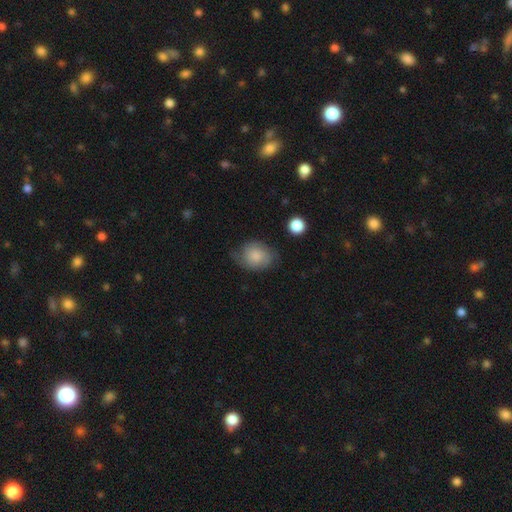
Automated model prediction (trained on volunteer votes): Smooth or featured? smooth (65%)
How rounded? in between (51%)
Merging? none (58%)